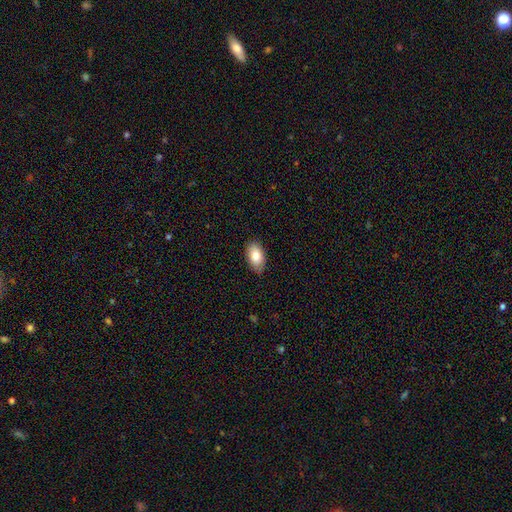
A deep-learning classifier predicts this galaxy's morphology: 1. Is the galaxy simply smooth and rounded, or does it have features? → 82% smooth, 12% featured or disk, 7% star or artifact.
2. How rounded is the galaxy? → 93% in between, 5% round, 2% cigar-shaped.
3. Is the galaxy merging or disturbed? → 83% none, 14% minor disturbance, 2% major disturbance, 1% merger.